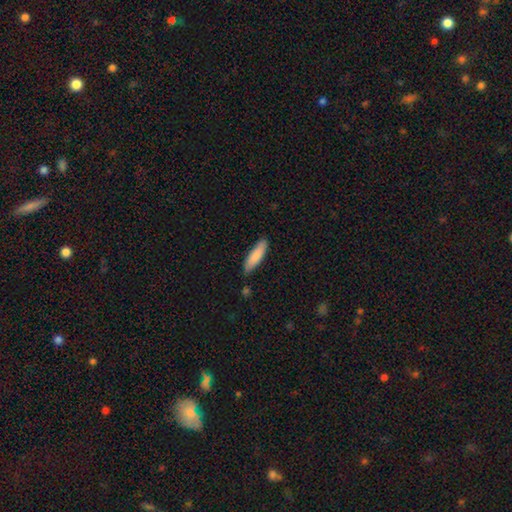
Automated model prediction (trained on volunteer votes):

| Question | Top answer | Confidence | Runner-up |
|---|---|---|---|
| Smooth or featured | smooth | 84% | featured or disk (10%) |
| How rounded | cigar-shaped | 64% | in between (35%) |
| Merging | none | 83% | minor disturbance (13%) |